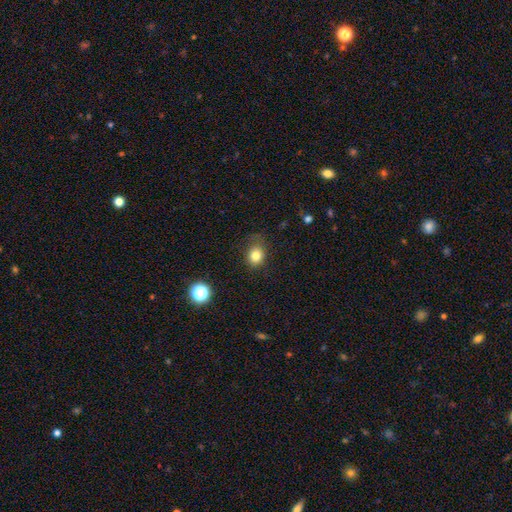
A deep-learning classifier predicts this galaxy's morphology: type=smooth (81%); roundness=round (64%); merging=none (70%).